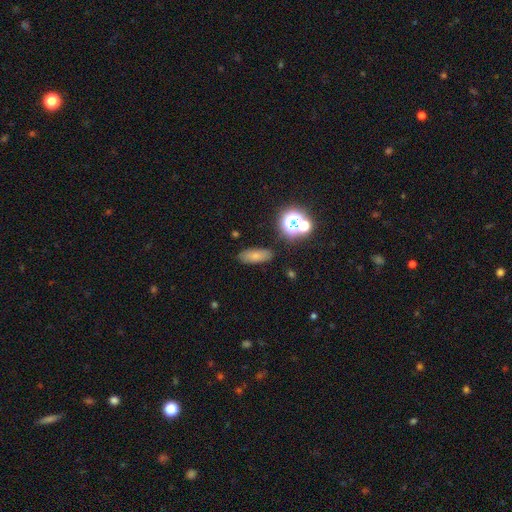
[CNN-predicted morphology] smooth-or-featured: smooth: 72% | star or artifact: 14% | featured or disk: 13%
  how-rounded: in between: 71% | cigar-shaped: 21% | round: 8%
  merging: none: 81% | minor disturbance: 11% | merger: 4% | major disturbance: 4%